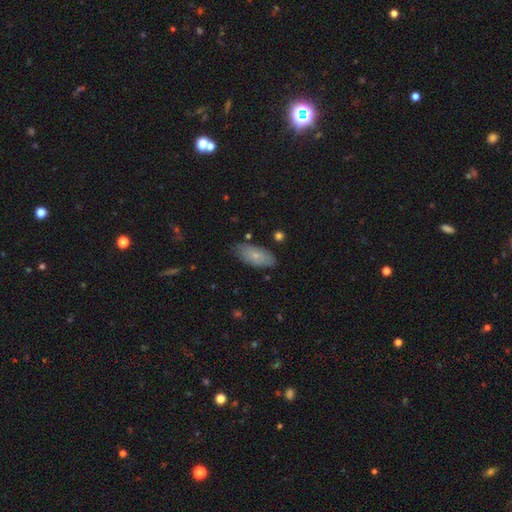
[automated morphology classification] This appears to be a smooth galaxy with no disk features (72%) that is in between round and cigar-shaped (87%). Merging: none (78%).